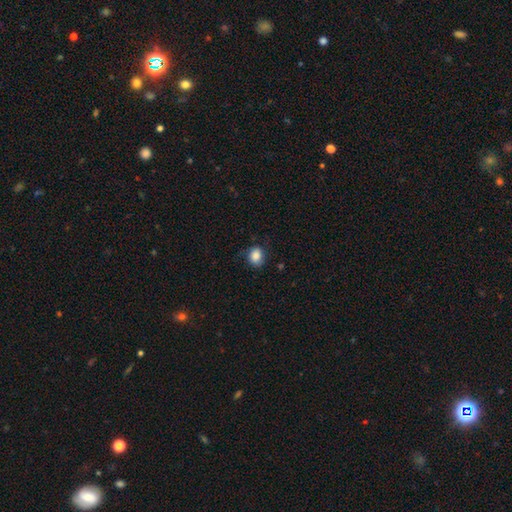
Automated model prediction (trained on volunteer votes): Morphology: type=smooth (86%); roundness=round (50%); merging=none (76%).